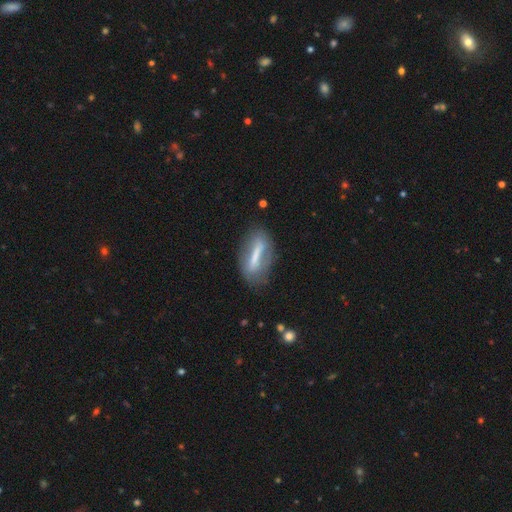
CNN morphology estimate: Overall: featured or disk (47%; smooth 45%). Merging: none (67%).